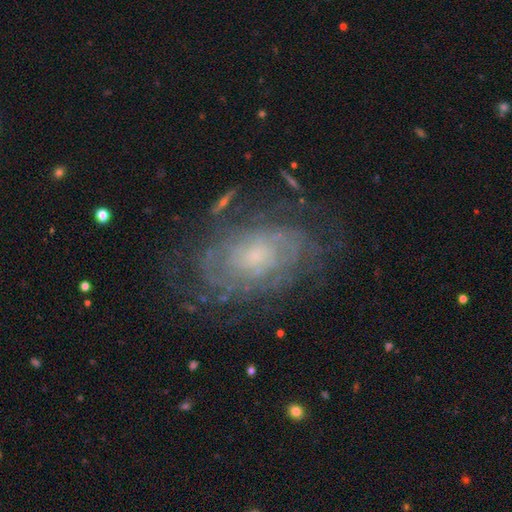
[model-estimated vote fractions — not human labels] Smooth or featured? featured or disk (78%)
Edge-on disk? no (96%)
Bar? no (76%)
Spiral arms? yes (87%)
Spiral winding? tight (70%)
Spiral arm count? can't tell (56%)
Bulge size? small (63%)
Merging? none (73%)